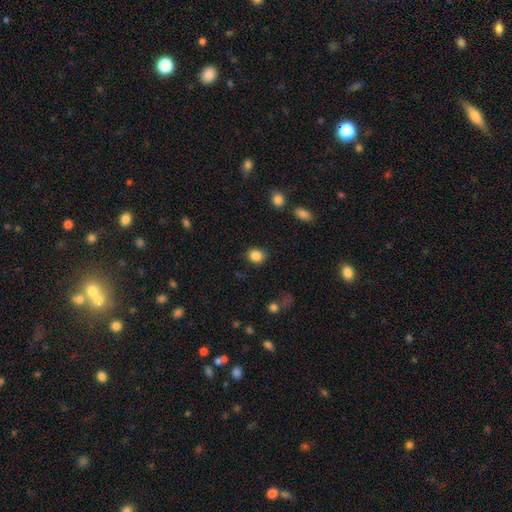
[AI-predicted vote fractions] Smooth or featured? smooth (86%)
How rounded? round (60%)
Merging? none (87%)